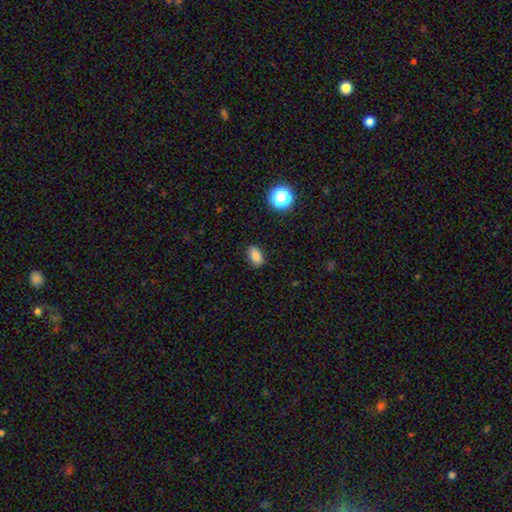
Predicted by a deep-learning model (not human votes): Overall: smooth (82%). How rounded: in between (85%). Merging: none (85%).